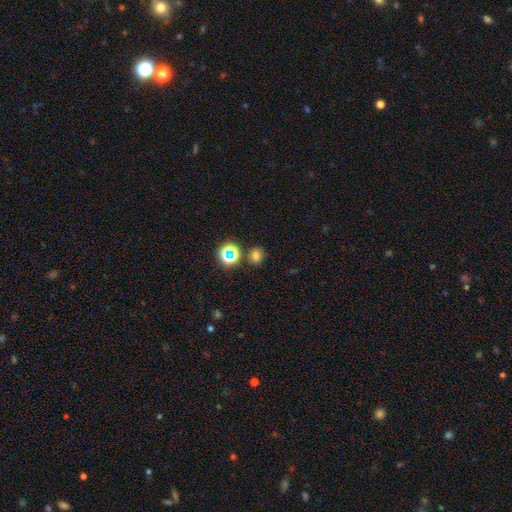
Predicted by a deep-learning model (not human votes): smooth_or_featured: smooth (p=0.67) [alt: star or artifact p=0.25]
how_rounded: round (p=0.65) [alt: in between p=0.34]
merging: none (p=0.81) [alt: minor disturbance p=0.09]